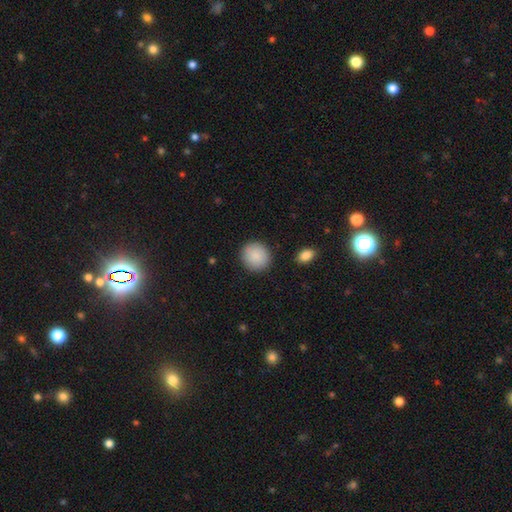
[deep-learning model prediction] Smooth or featured: smooth — 89% (star or artifact — 6%)
How rounded: round — 90% (in between — 9%)
Merging: none — 89% (minor disturbance — 7%)